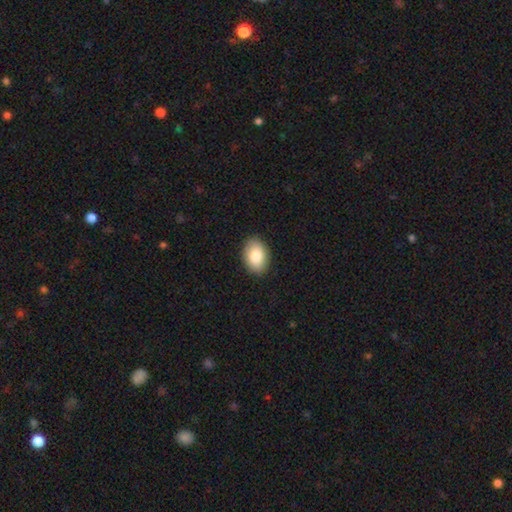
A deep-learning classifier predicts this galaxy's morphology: A smooth galaxy with no disk features (84%) that is in between round and cigar-shaped (85%). Merging: none (89%).